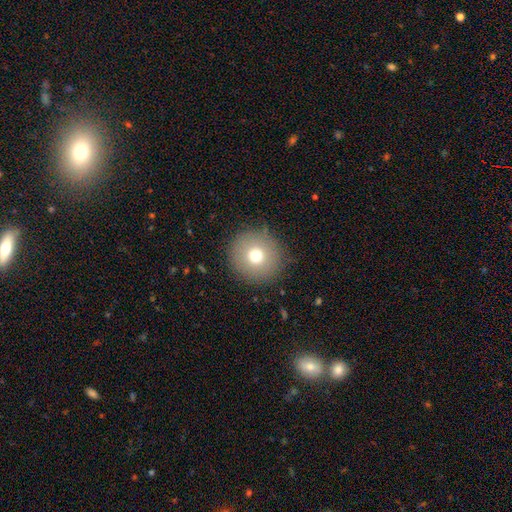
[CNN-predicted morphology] Smooth or featured?
  - smooth: 72% *
  - featured or disk: 15%
  - star or artifact: 13%
How rounded?
  - round: 96% *
  - in between: 3%
  - cigar-shaped: 1%
Merging?
  - none: 89% *
  - minor disturbance: 7%
  - major disturbance: 3%
  - merger: 1%